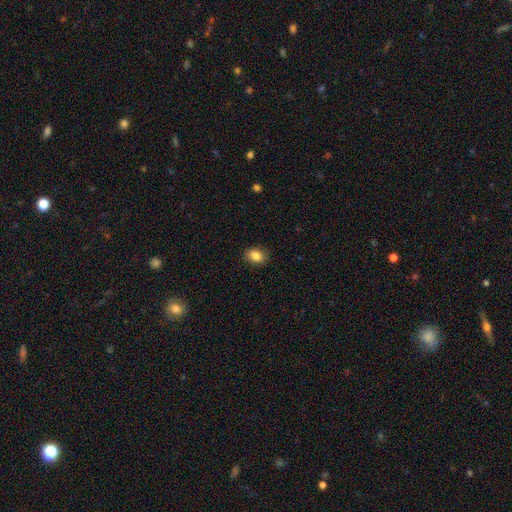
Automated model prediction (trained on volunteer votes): A smooth galaxy with no disk features (86%) that is in between round and cigar-shaped (67%).

Vote fractions:
- Smooth or featured? smooth: 86% / star or artifact: 9% / featured or disk: 5%
- How rounded? in between: 67% / round: 32% / cigar-shaped: 1%
- Merging? none: 87% / minor disturbance: 10% / major disturbance: 2% / merger: 1%